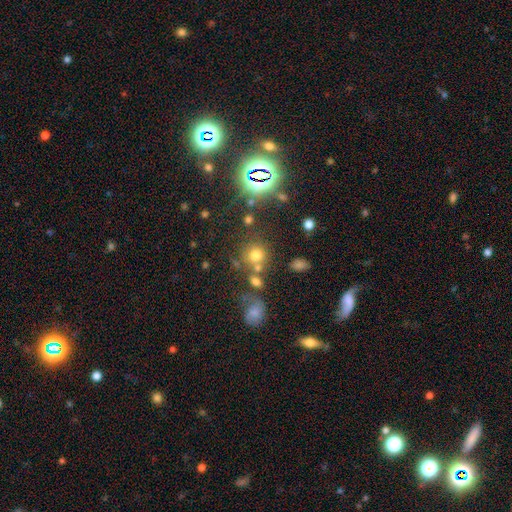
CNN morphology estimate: The model was most divided on "smooth or featured": smooth: 64%, star or artifact: 25%, featured or disk: 11%. More confident: how rounded — round (85%); merging — none (62%).